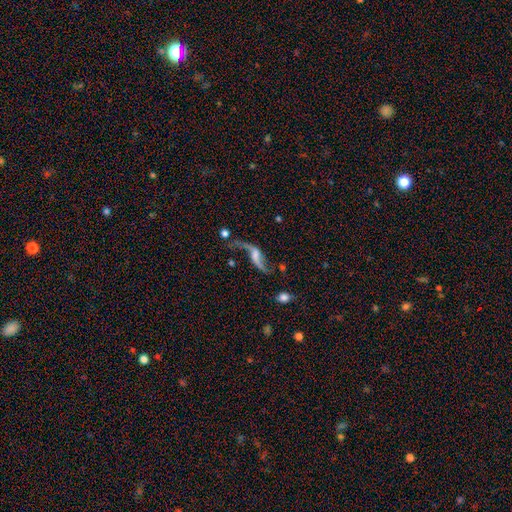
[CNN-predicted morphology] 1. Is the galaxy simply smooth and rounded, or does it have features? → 83% featured or disk, 10% smooth, 7% star or artifact.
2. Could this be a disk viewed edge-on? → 92% no, 8% yes.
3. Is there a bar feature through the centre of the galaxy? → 41% weak, 38% no, 21% strong.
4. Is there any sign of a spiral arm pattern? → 93% yes, 7% no.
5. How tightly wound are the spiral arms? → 94% loose, 4% medium, 2% tight.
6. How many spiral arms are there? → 91% 2, 5% 1, 2% can't tell, 1% 3, 1% 4, 1% more than 4.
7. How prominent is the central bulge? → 38% none, 30% small, 22% moderate, 8% large, 2% dominant.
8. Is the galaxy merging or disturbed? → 49% none, 21% major disturbance, 19% minor disturbance, 11% merger.